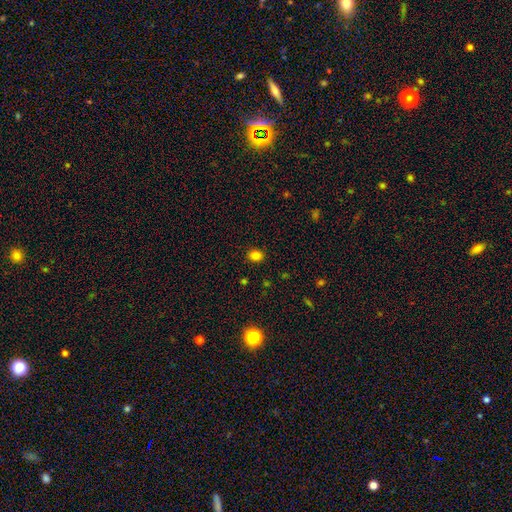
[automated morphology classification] Smooth or featured? Predicted: smooth (p=0.82). How rounded? Predicted: round (p=0.60). Merging? Predicted: none (p=0.89).